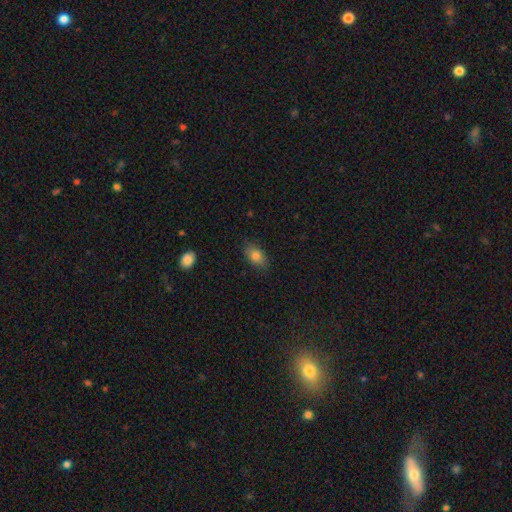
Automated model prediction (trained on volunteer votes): Smooth or featured? Predicted: smooth (p=0.81). How rounded? Predicted: in between (p=0.87). Merging? Predicted: none (p=0.82).